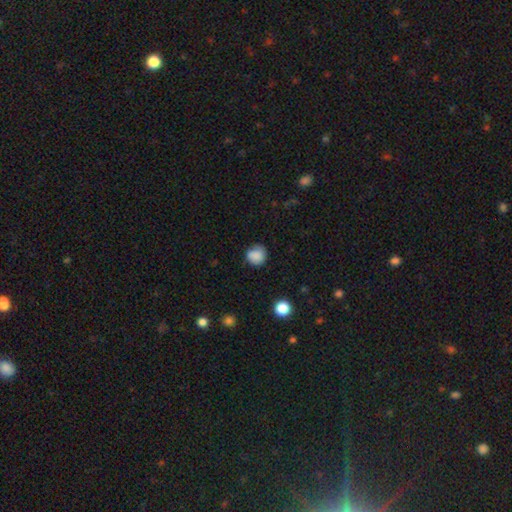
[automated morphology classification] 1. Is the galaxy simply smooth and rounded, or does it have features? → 84% smooth, 10% star or artifact, 7% featured or disk.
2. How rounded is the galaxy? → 84% round, 15% in between, 1% cigar-shaped.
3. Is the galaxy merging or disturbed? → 69% none, 23% minor disturbance, 6% major disturbance, 2% merger.